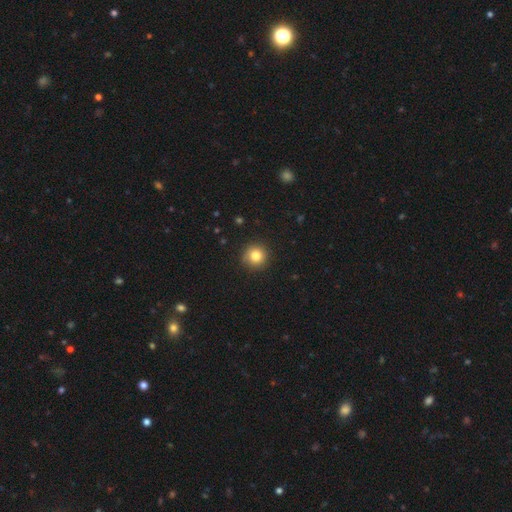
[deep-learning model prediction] Smooth or featured? smooth (83%)
How rounded? round (94%)
Merging? none (88%)